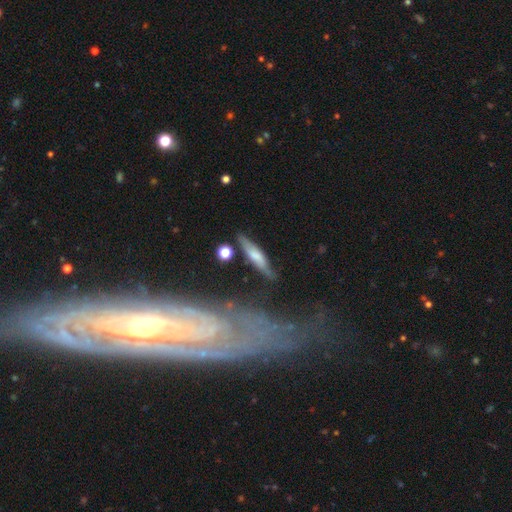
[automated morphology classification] type=smooth (52%); roundness=cigar-shaped (78%); merging=none (72%).